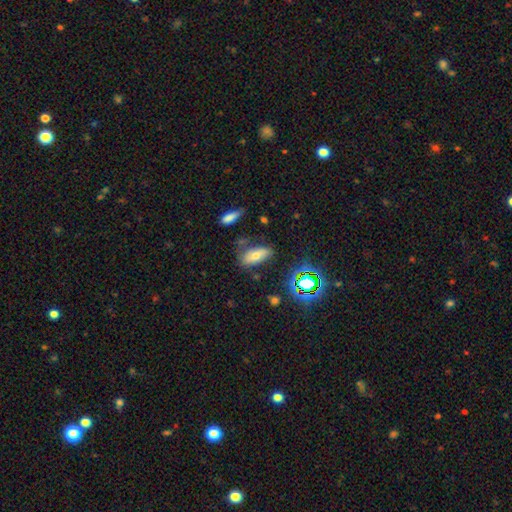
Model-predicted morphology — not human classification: Smooth or featured? Predicted: smooth (p=0.59). How rounded? Predicted: in between (p=0.82). Merging? Predicted: none (p=0.67).